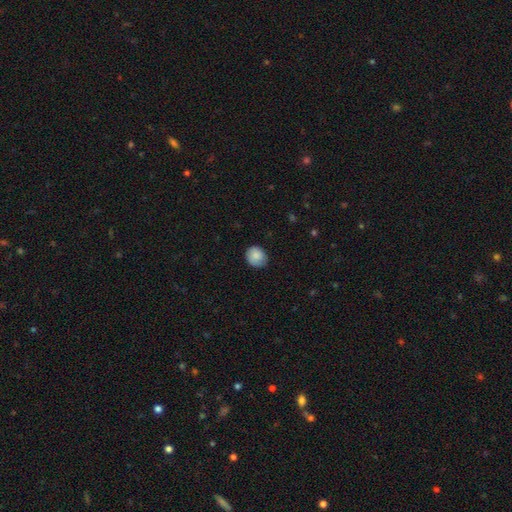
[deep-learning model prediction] smooth_or_featured: smooth (p=0.86) [alt: star or artifact p=0.07]
how_rounded: round (p=0.72) [alt: in between p=0.27]
merging: none (p=0.78) [alt: minor disturbance p=0.18]